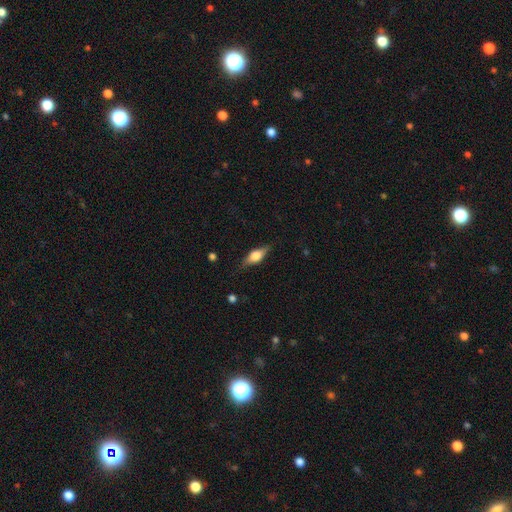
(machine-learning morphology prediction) A featured or disk galaxy (49%).

Vote fractions:
- Smooth or featured? featured or disk: 49% / smooth: 44% / star or artifact: 7%
- Merging? none: 82% / minor disturbance: 14% / major disturbance: 3% / merger: 1%